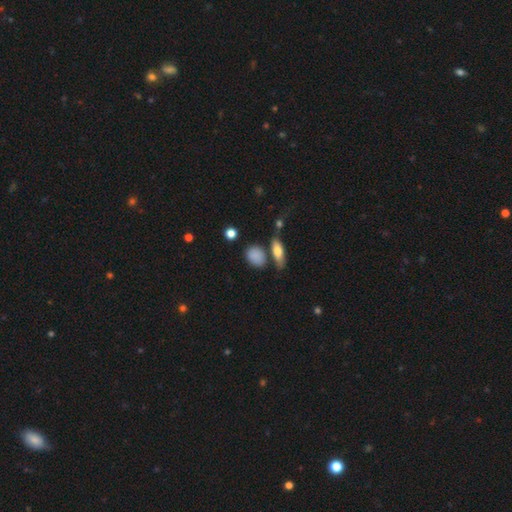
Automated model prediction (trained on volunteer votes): This is clearly a smooth galaxy (84%). How rounded: possibly in between (51%). Merging: likely none (66%).